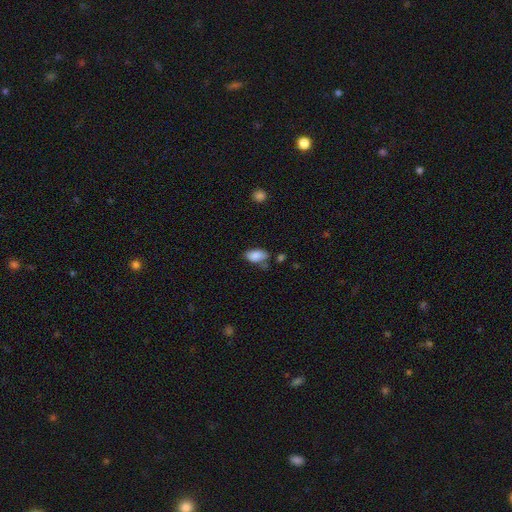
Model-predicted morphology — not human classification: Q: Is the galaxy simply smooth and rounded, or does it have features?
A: smooth — 87%.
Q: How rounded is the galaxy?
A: in between — 93%.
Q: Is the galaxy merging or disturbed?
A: none — 60%.